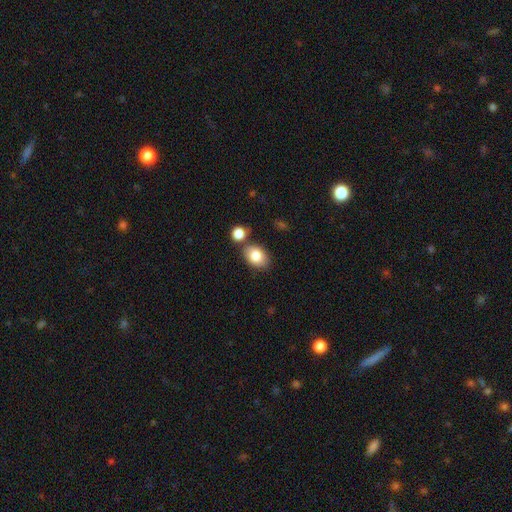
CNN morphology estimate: Smooth or featured: smooth — 83% (featured or disk — 9%)
How rounded: in between — 79% (round — 20%)
Merging: none — 71% (merger — 14%)